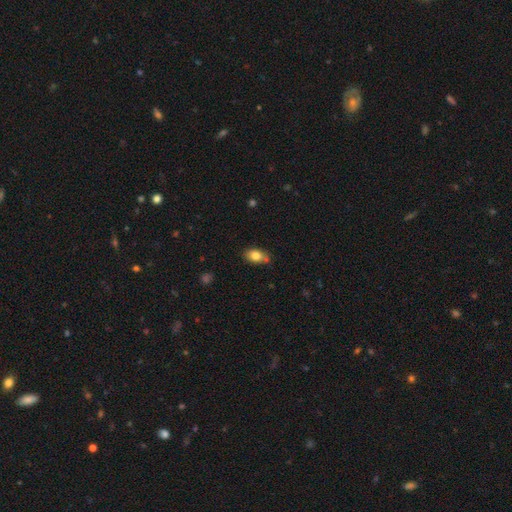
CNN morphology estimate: Smooth or featured? Predicted: smooth (p=0.81). How rounded? Predicted: in between (p=0.84). Merging? Predicted: none (p=0.70).